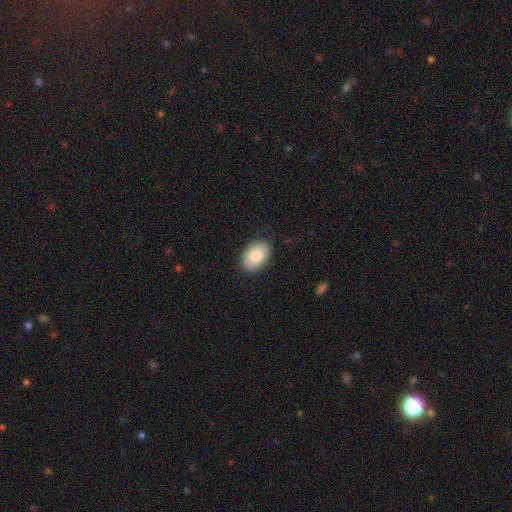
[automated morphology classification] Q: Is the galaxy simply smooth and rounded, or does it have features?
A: smooth — 86%.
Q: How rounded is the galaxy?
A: in between — 88%.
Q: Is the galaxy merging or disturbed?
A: none — 86%.